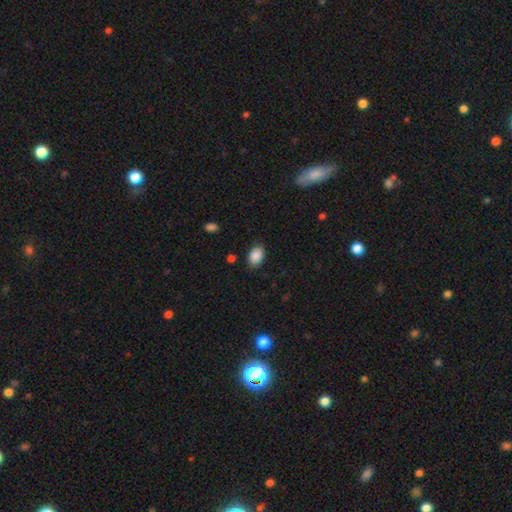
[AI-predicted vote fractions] smooth_or_featured: smooth (p=0.89) [alt: star or artifact p=0.07]
how_rounded: in between (p=0.86) [alt: round p=0.13]
merging: none (p=0.85) [alt: minor disturbance p=0.11]